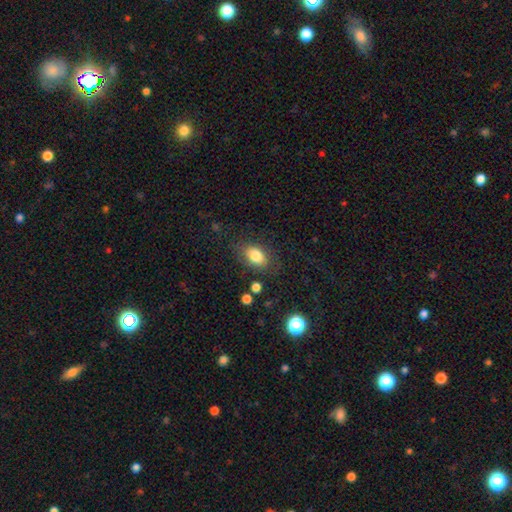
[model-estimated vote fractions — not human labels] Overall: smooth (80%). How rounded: in between (82%). Merging: none (75%).